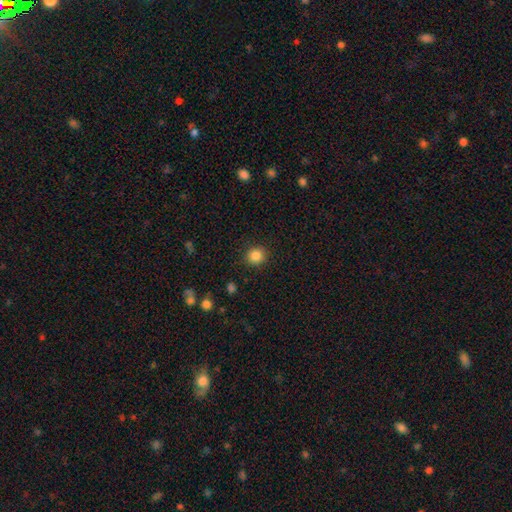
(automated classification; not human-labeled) smooth-or-featured: smooth: 85% | star or artifact: 11% | featured or disk: 4%
  how-rounded: round: 91% | in between: 8% | cigar-shaped: 1%
  merging: none: 90% | minor disturbance: 7% | major disturbance: 2% | merger: 1%